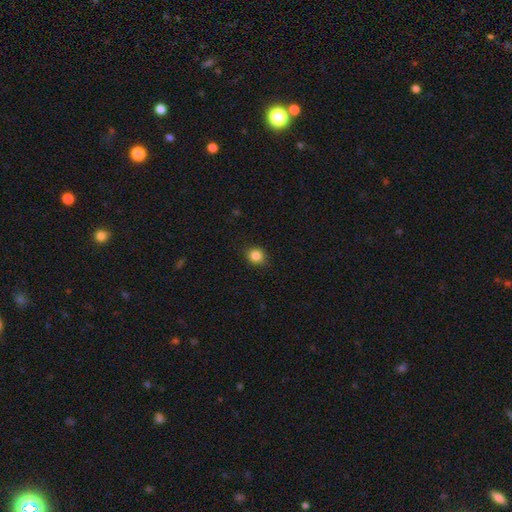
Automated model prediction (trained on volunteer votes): The model was most divided on "how rounded": round: 75%, in between: 24%, cigar-shaped: 1%. More confident: merging — none (86%); smooth or featured — smooth (85%).